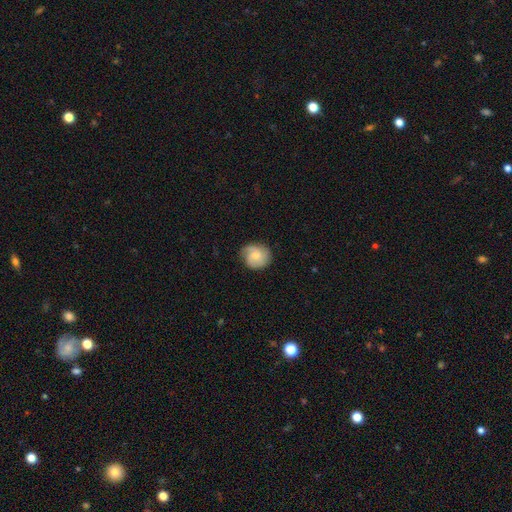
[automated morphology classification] Smooth or featured: featured or disk — 54% (smooth — 39%)
Edge-on disk: no — 98% (yes — 2%)
Bar: no — 70% (weak — 26%)
Spiral arms: yes — 92% (no — 8%)
Bulge size: small — 50% (moderate — 41%)
Merging: none — 74% (minor disturbance — 20%)